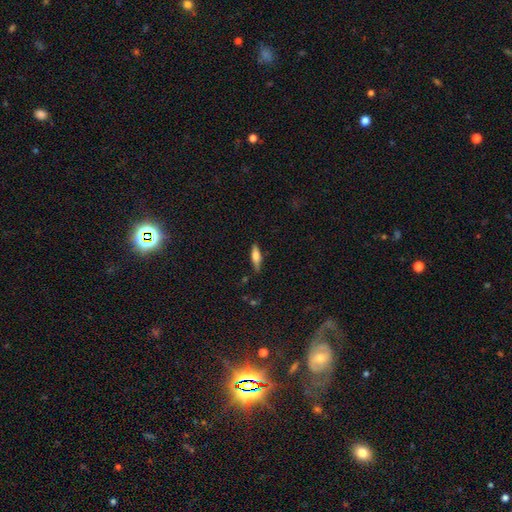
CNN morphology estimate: smooth 53%, featured or disk 40%, star or artifact 7%. Down the decision tree: how rounded — cigar-shaped (56%); merging — none (83%).